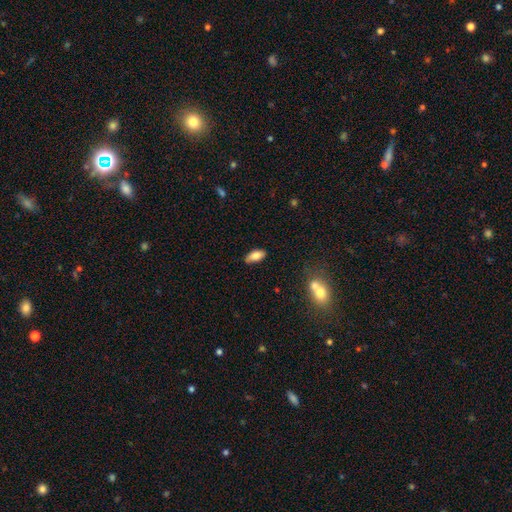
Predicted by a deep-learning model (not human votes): smooth_or_featured: smooth (p=0.83) [alt: featured or disk p=0.10]
how_rounded: in between (p=0.88) [alt: cigar-shaped p=0.09]
merging: none (p=0.82) [alt: minor disturbance p=0.14]